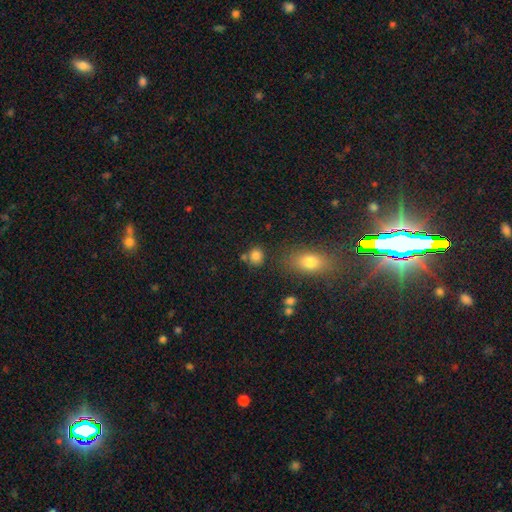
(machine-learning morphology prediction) This is clearly a smooth galaxy (82%). How rounded: likely round (76%). Merging: likely none (69%).